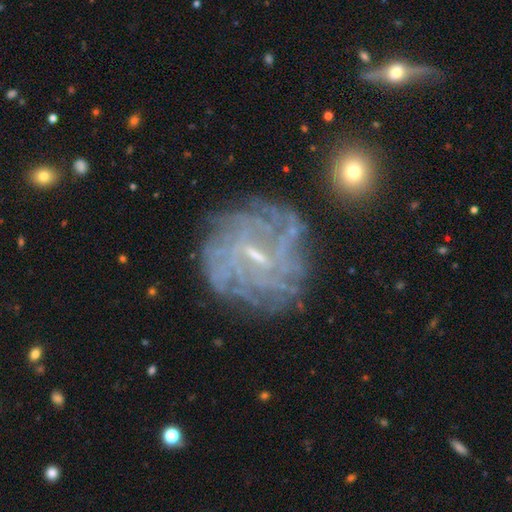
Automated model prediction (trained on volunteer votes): Morphology: type=featured or disk (76%); edge-on=no (96%); bar=weak (57%); spiral arms=yes (83%); winding=tight (65%); arm count=can't tell (50%); bulge=small (64%); merging=none (75%).